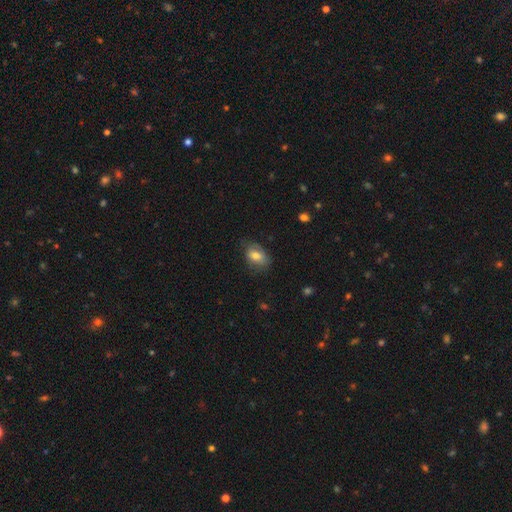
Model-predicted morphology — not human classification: This is likely a smooth galaxy (71%). How rounded: clearly in between (82%). Merging: likely none (63%).